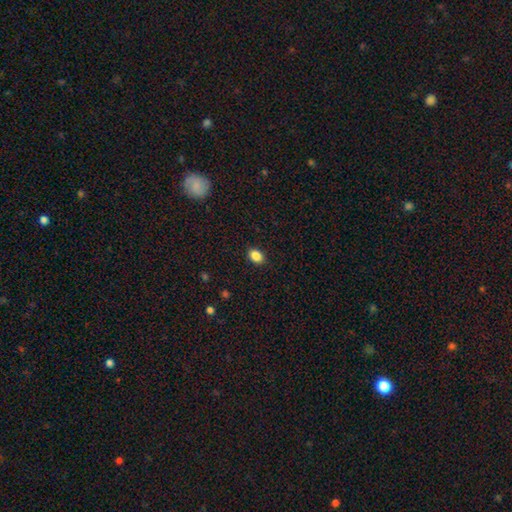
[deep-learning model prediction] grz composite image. It shows a smooth galaxy with no disk features (87%) that is in between round and cigar-shaped (78%). Merging: none (89%).